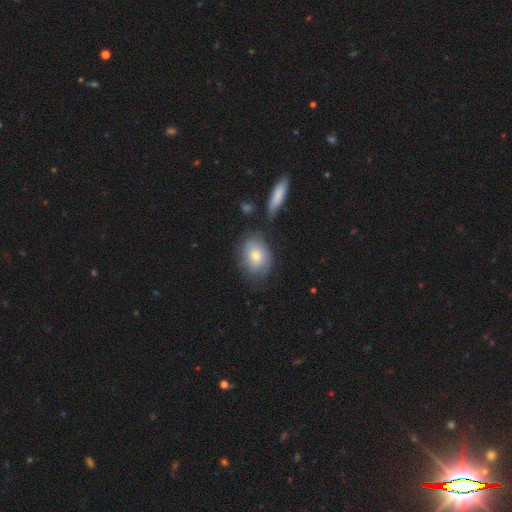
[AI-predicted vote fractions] smooth 71%, featured or disk 22%, star or artifact 7%. Down the decision tree: how rounded — in between (71%); merging — none (62%).